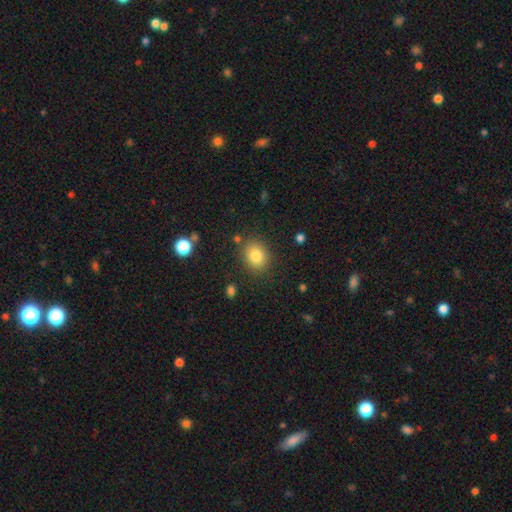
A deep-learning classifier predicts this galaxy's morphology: smooth 82%, star or artifact 11%, featured or disk 7%. Down the decision tree: how rounded — round (64%); merging — none (84%).